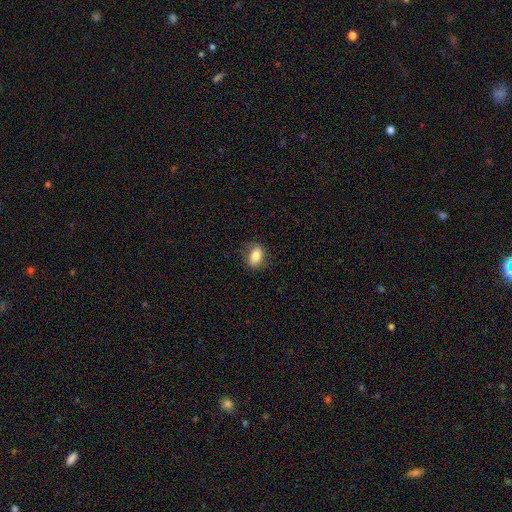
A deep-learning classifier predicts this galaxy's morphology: Smooth or featured? Predicted: smooth (p=0.82). How rounded? Predicted: in between (p=0.77). Merging? Predicted: none (p=0.81).